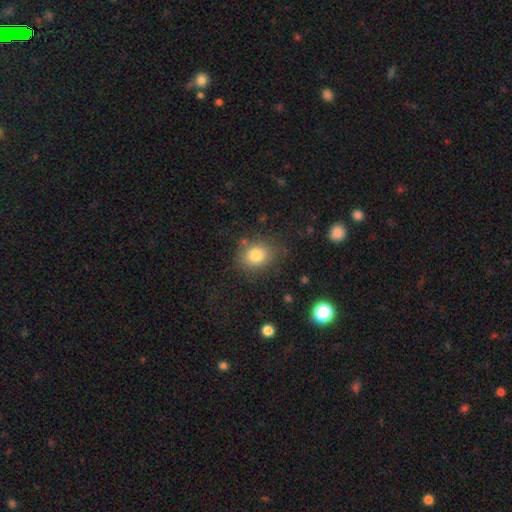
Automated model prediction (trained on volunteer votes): A smooth galaxy with no disk features (81%) that is round (54%).

Vote fractions:
- Smooth or featured? smooth: 81% / star or artifact: 11% / featured or disk: 8%
- How rounded? round: 54% / in between: 45% / cigar-shaped: 1%
- Merging? none: 79% / minor disturbance: 14% / major disturbance: 5% / merger: 3%